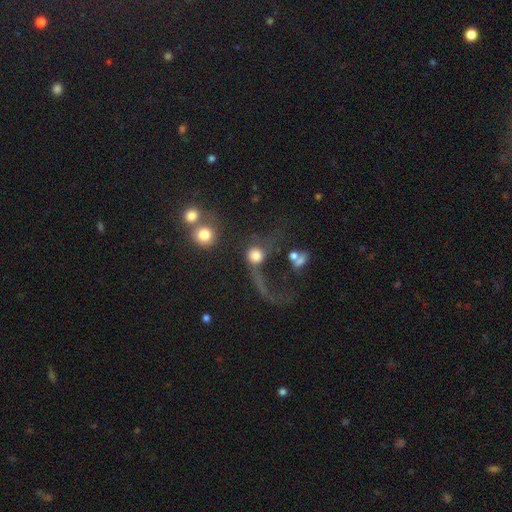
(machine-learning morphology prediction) Smooth or featured: smooth — 62% (featured or disk — 26%)
How rounded: round — 84% (in between — 14%)
Merging: major disturbance — 44% (merger — 25%)